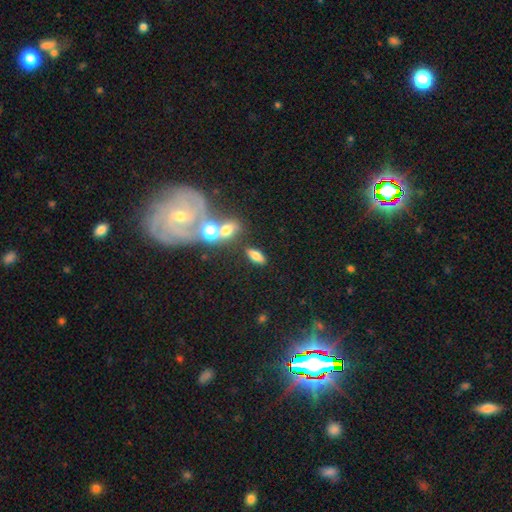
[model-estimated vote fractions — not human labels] This is likely a smooth galaxy (70%). How rounded: likely in between (76%). Merging: likely none (75%).